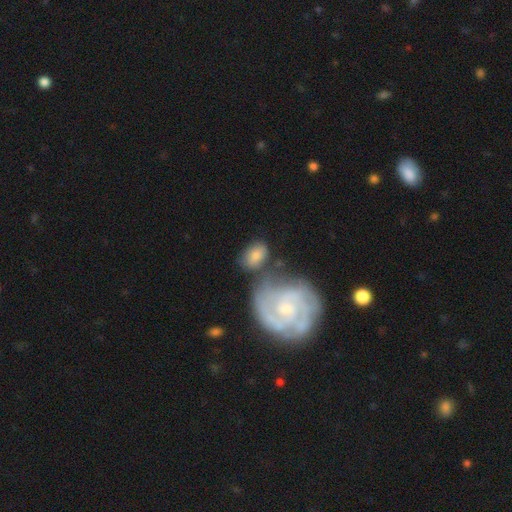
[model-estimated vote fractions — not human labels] smooth_or_featured: smooth (p=0.66) [alt: featured or disk p=0.27]
how_rounded: in between (p=0.83) [alt: round p=0.16]
merging: none (p=0.60) [alt: minor disturbance p=0.18]